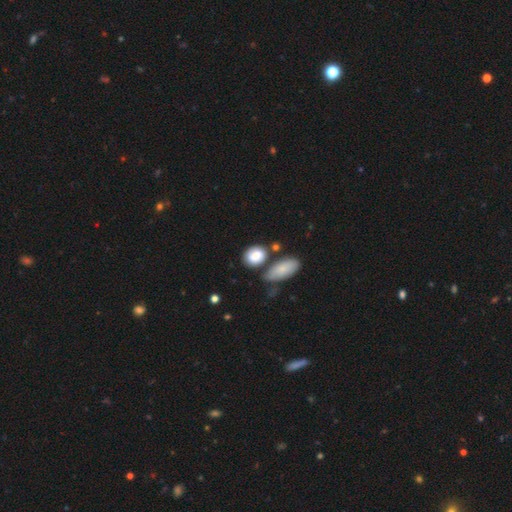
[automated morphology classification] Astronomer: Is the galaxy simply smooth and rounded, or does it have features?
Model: smooth — 82%.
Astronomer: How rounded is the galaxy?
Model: in between — 61% (runner-up: round, 37%).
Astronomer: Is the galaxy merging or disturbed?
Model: none — 58%.